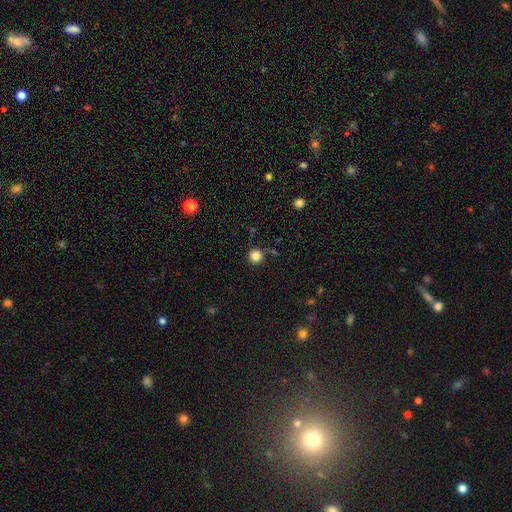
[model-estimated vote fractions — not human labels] Q: Smooth or featured?
A: smooth (85%); runner-up: star or artifact (12%)
Q: How rounded?
A: round (95%); runner-up: in between (4%)
Q: Merging?
A: none (86%); runner-up: minor disturbance (8%)